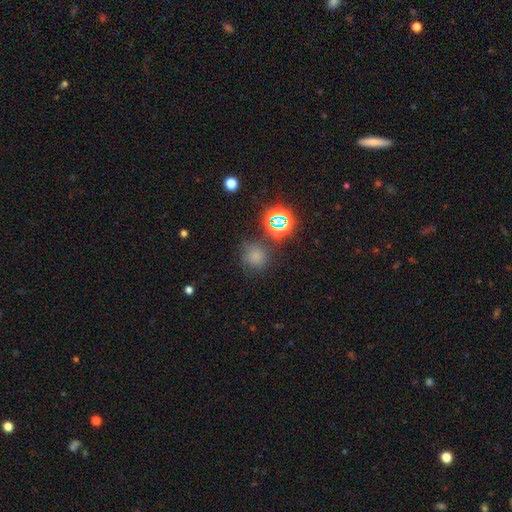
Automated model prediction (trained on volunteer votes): smooth-or-featured: smooth: 64% | star or artifact: 27% | featured or disk: 9%
  how-rounded: round: 88% | in between: 11% | cigar-shaped: 1%
  merging: none: 70% | minor disturbance: 16% | major disturbance: 7% | merger: 7%